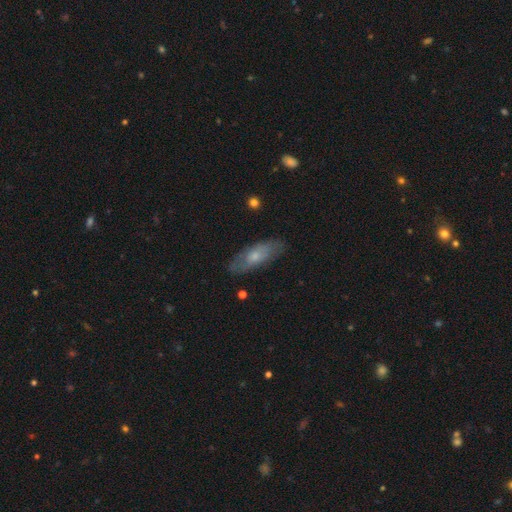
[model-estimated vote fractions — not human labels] Smooth or featured?
  - smooth: 56% *
  - featured or disk: 38%
  - star or artifact: 6%
How rounded?
  - in between: 68% *
  - cigar-shaped: 29%
  - round: 2%
Merging?
  - none: 80% *
  - minor disturbance: 15%
  - major disturbance: 4%
  - merger: 1%